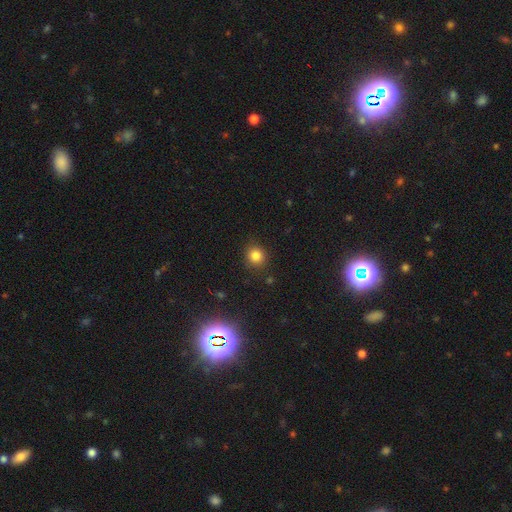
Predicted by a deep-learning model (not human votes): Q: Smooth or featured?
A: smooth (82%); runner-up: star or artifact (13%)
Q: How rounded?
A: round (87%); runner-up: in between (12%)
Q: Merging?
A: none (87%); runner-up: minor disturbance (9%)